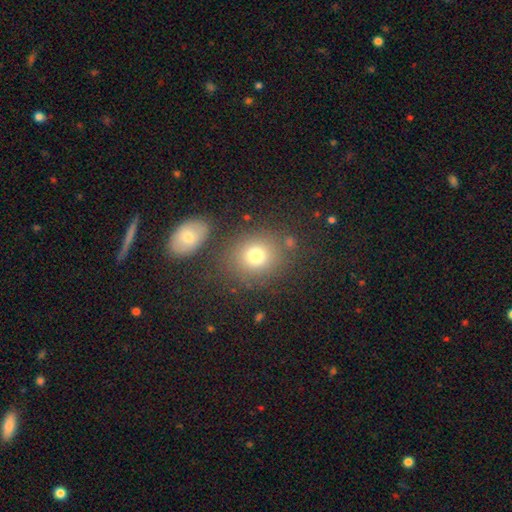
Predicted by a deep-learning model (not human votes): A smooth galaxy with no disk features (76%) that is round (81%). Merging: none (76%).